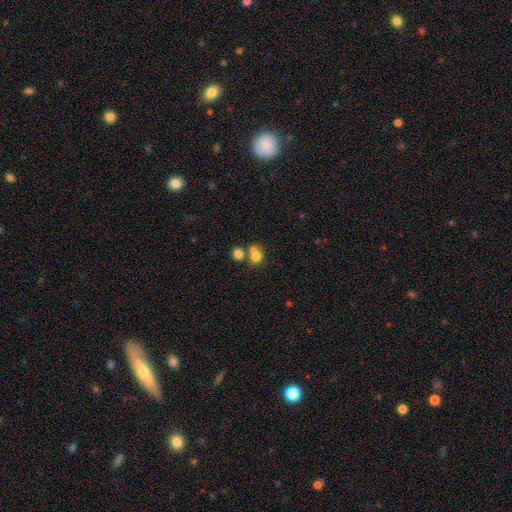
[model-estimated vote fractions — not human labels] Overall: smooth (74%). How rounded: round (69%; in between 30%). Merging: merger (51%; none 37%).